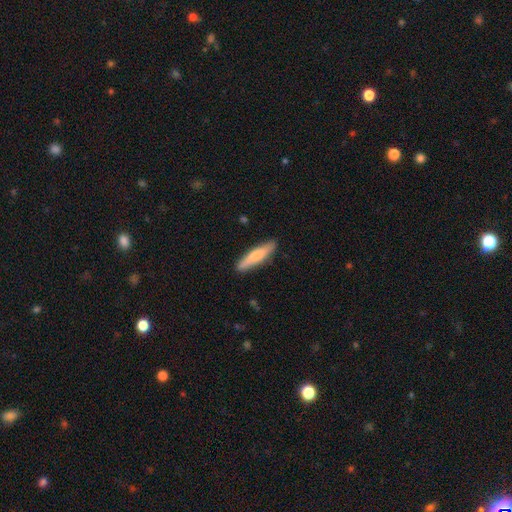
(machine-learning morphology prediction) smooth-or-featured: smooth: 73% | featured or disk: 22% | star or artifact: 5%
  how-rounded: cigar-shaped: 82% | in between: 16% | round: 1%
  merging: none: 88% | minor disturbance: 9% | major disturbance: 2% | merger: 1%